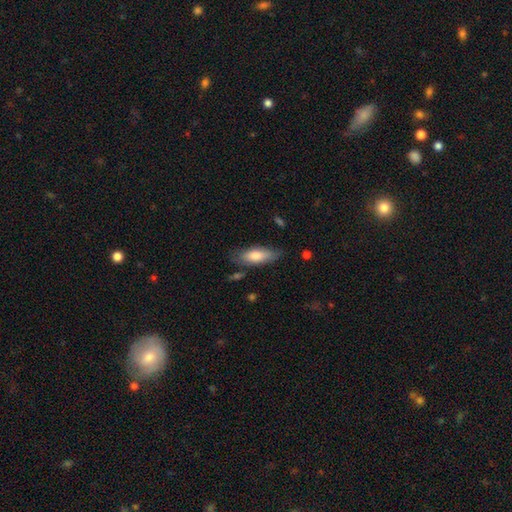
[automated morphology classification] The model was most divided on "how rounded": in between: 67%, cigar-shaped: 31%, round: 2%. More confident: smooth or featured — smooth (75%); merging — none (70%).